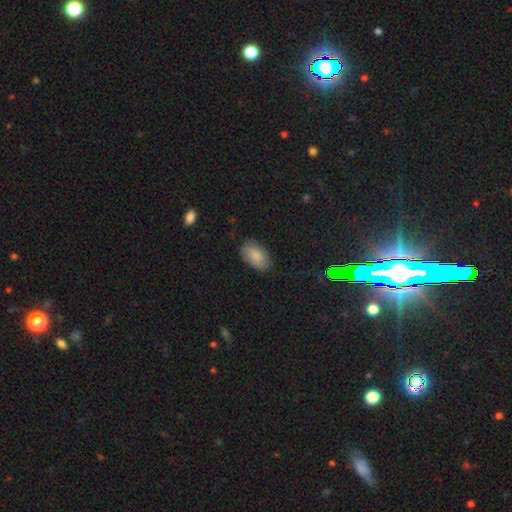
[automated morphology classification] Smooth or featured? Predicted: smooth (p=0.83). How rounded? Predicted: in between (p=0.93). Merging? Predicted: none (p=0.81).